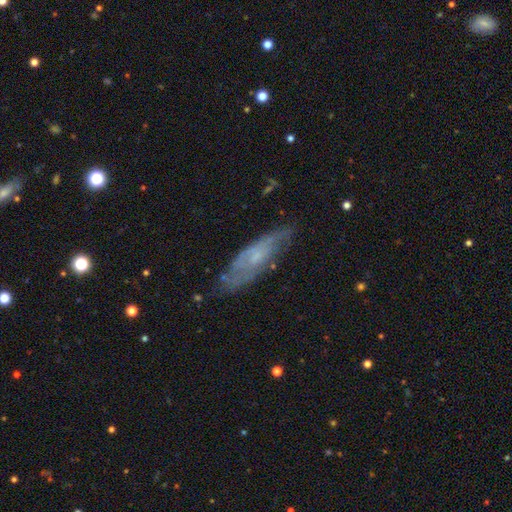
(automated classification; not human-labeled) A featured or disk galaxy (59%). Merging: none (72%).